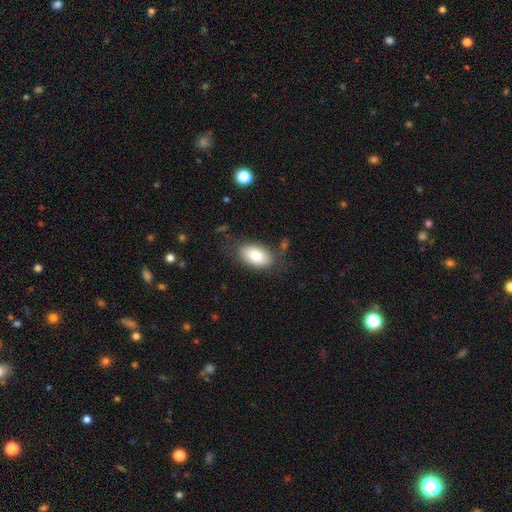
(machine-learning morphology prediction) Smooth or featured: smooth — 80% (featured or disk — 13%)
How rounded: in between — 93% (round — 5%)
Merging: none — 77% (minor disturbance — 15%)